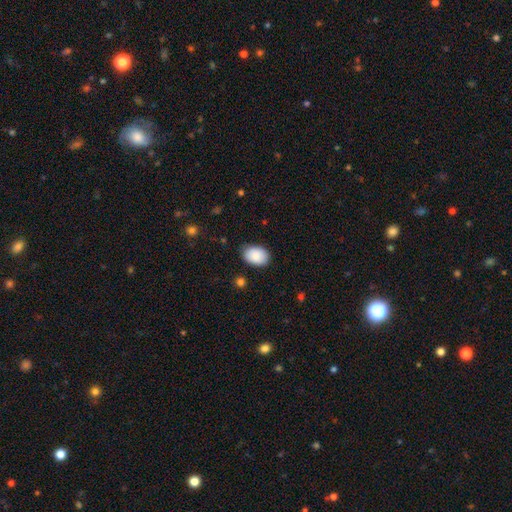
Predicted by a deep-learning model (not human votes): The model was most divided on "merging": none: 79%, minor disturbance: 16%, major disturbance: 3%, merger: 1%. More confident: smooth or featured — smooth (88%); how rounded — in between (83%).